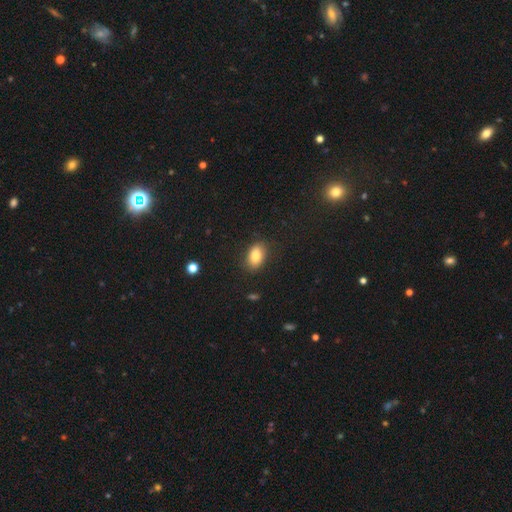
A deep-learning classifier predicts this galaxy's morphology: The model was most divided on "merging": none: 84%, minor disturbance: 12%, major disturbance: 3%, merger: 1%. More confident: how rounded — in between (88%); smooth or featured — smooth (84%).